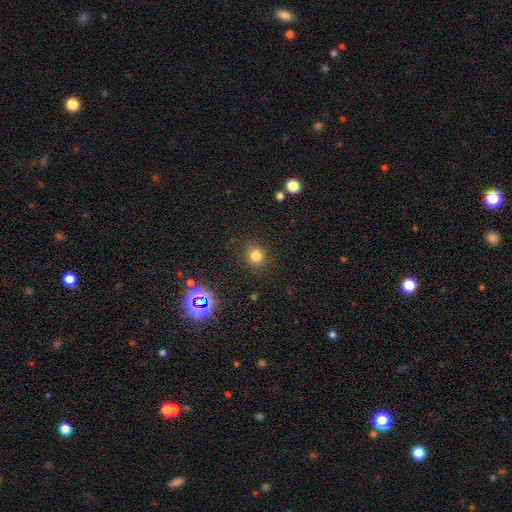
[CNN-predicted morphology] Smooth or featured? smooth (78%)
How rounded? round (78%)
Merging? none (86%)